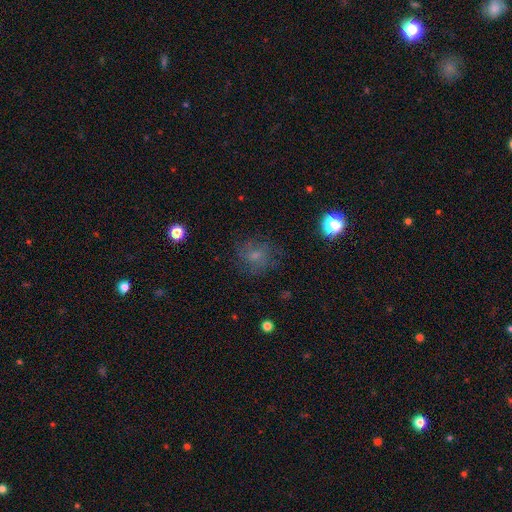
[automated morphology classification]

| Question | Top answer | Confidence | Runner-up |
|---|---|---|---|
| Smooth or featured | smooth | 53% | featured or disk (28%) |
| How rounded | round | 75% | in between (24%) |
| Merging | none | 70% | minor disturbance (17%) |